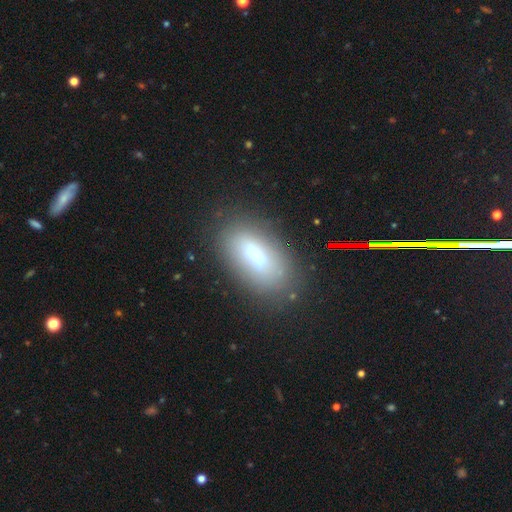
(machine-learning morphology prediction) smooth 65%, featured or disk 23%, star or artifact 12%. Down the decision tree: how rounded — in between (87%); merging — none (80%).